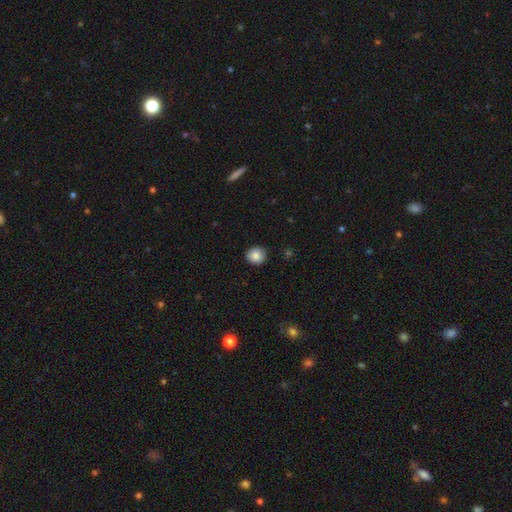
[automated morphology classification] Overall: smooth (85%). How rounded: round (86%). Merging: none (85%).